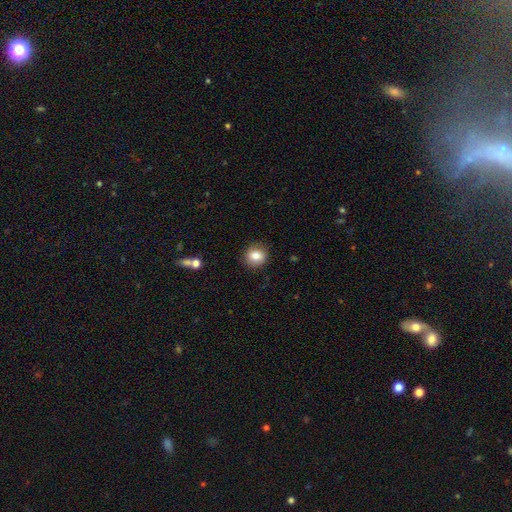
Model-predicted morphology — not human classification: smooth 81%, featured or disk 10%, star or artifact 10%. Down the decision tree: how rounded — round (77%); merging — none (85%).